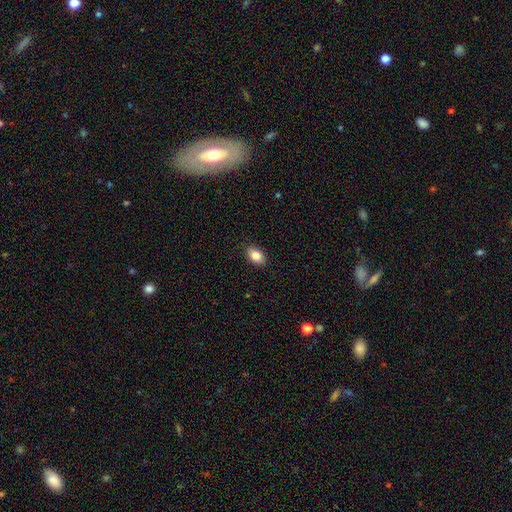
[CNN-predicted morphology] Smooth or featured? Predicted: smooth (p=0.84). How rounded? Predicted: in between (p=0.86). Merging? Predicted: none (p=0.89).